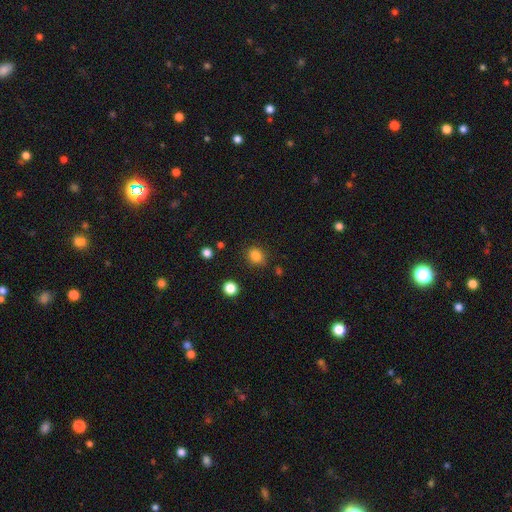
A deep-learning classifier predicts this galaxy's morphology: Smooth or featured? smooth (84%)
How rounded? round (57%)
Merging? none (81%)